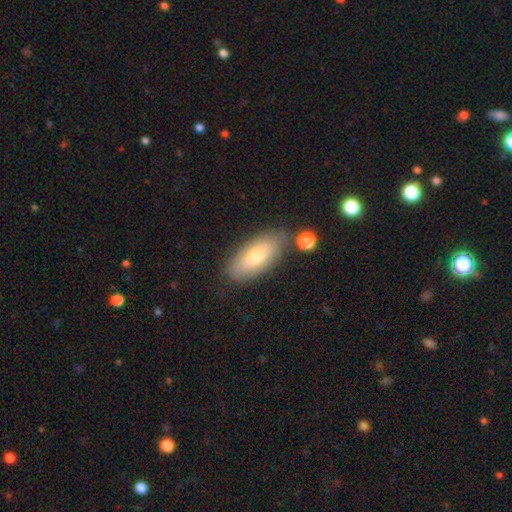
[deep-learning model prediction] Smooth or featured? Predicted: smooth (p=0.71). How rounded? Predicted: in between (p=0.84). Merging? Predicted: none (p=0.78).